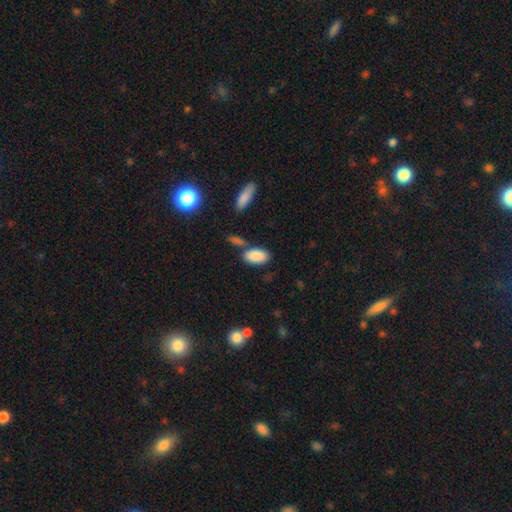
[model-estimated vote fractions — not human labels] Smooth or featured: smooth — 87% (star or artifact — 7%)
How rounded: in between — 93% (cigar-shaped — 4%)
Merging: none — 66% (merger — 16%)